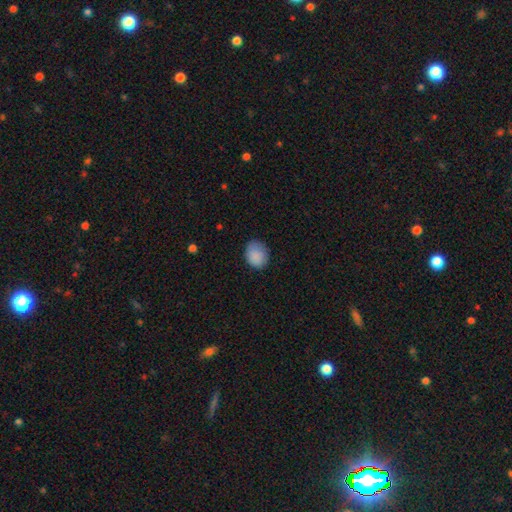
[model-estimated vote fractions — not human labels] Smooth or featured? smooth (88%)
How rounded? round (52%)
Merging? none (76%)